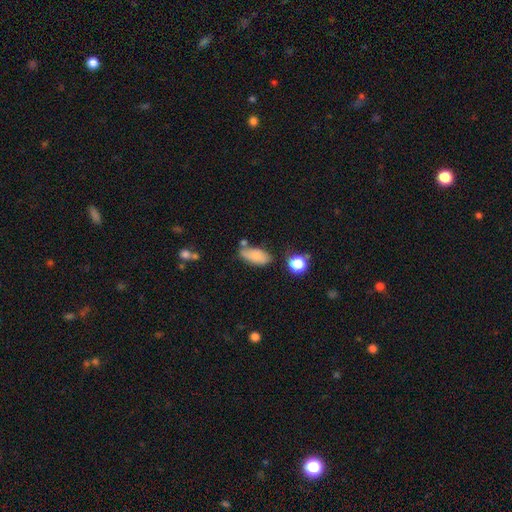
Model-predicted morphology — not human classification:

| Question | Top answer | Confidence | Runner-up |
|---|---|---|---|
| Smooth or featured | smooth | 79% | featured or disk (12%) |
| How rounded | in between | 88% | cigar-shaped (9%) |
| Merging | none | 59% | minor disturbance (24%) |